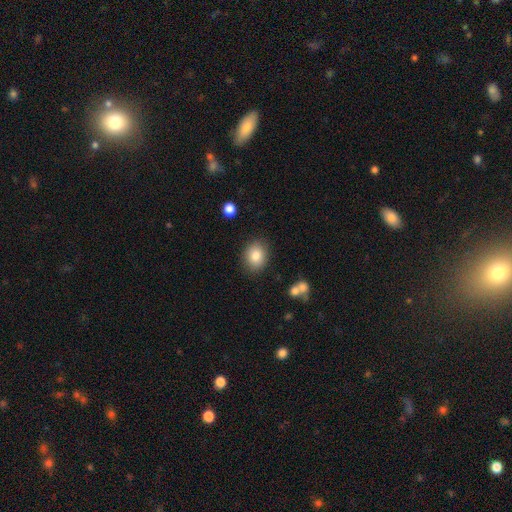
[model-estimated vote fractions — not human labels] smooth_or_featured: smooth (p=0.83) [alt: star or artifact p=0.09]
how_rounded: round (p=0.57) [alt: in between p=0.42]
merging: none (p=0.86) [alt: minor disturbance p=0.09]